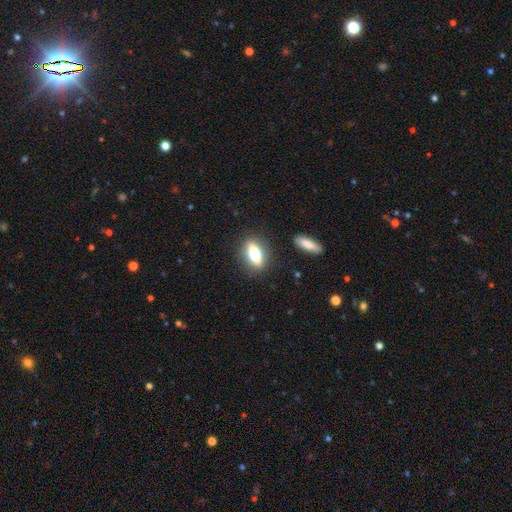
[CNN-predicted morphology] Smooth or featured?
  - smooth: 65% *
  - featured or disk: 26%
  - star or artifact: 9%
How rounded?
  - in between: 65% *
  - cigar-shaped: 28%
  - round: 7%
Merging?
  - none: 83% *
  - minor disturbance: 10%
  - major disturbance: 4%
  - merger: 3%